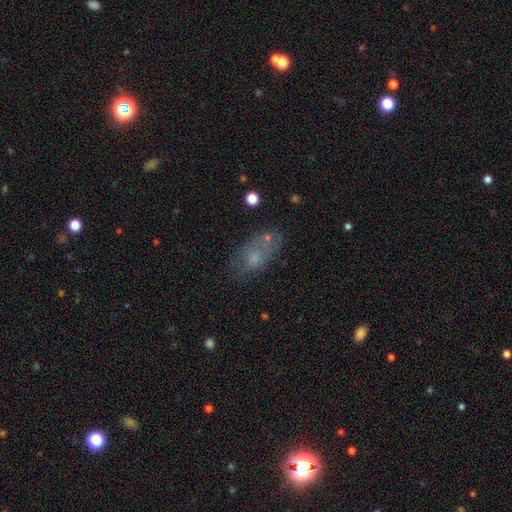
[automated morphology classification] This appears to be a smooth galaxy with no disk features (64%) that is in between round and cigar-shaped (84%). Merging: none (53%).